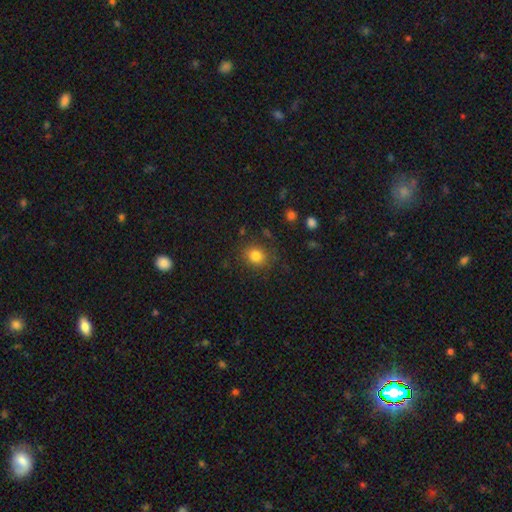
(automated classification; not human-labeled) This is clearly a smooth galaxy (82%). How rounded: likely round (73%). Merging: clearly none (84%).